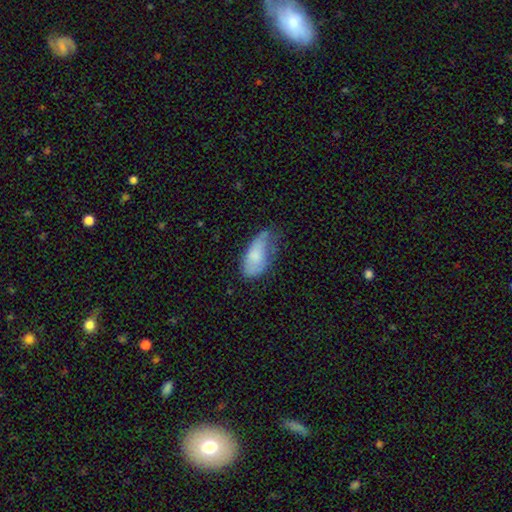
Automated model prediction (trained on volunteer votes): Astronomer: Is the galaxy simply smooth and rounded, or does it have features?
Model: smooth — 75%.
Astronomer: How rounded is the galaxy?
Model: in between — 91%.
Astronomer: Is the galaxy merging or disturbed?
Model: minor disturbance — 42% (runner-up: none, 36%).